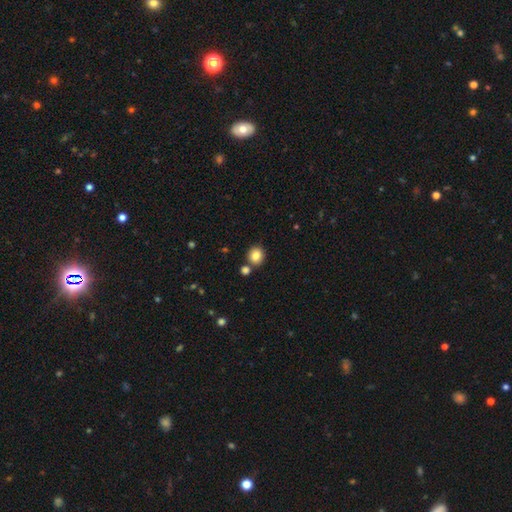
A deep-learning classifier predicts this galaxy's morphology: A smooth galaxy with no disk features (84%) that is round (80%). Merging: none (76%).